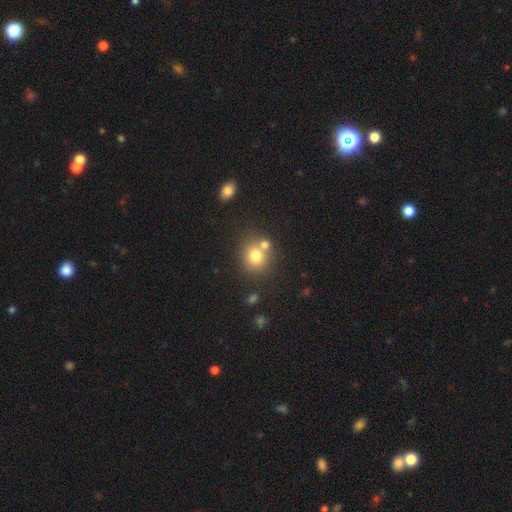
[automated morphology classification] A smooth galaxy with no disk features (76%) that is round (81%). Merging: none (60%).